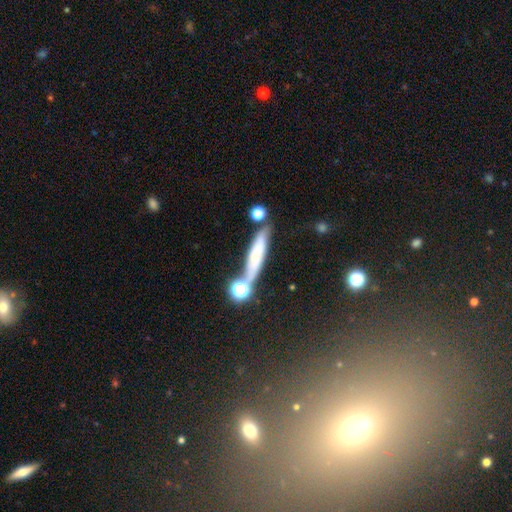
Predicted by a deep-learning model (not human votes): smooth_or_featured: smooth (p=0.48) [alt: featured or disk p=0.38]
merging: none (p=0.70) [alt: minor disturbance p=0.13]